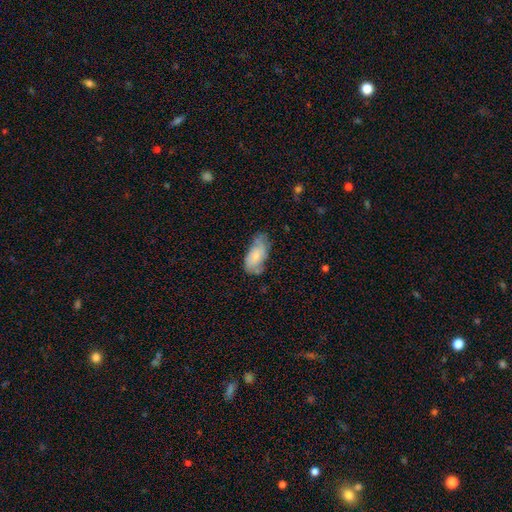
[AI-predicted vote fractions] A smooth galaxy with no disk features (63%) that is in between round and cigar-shaped (92%). Merging: none (48%).